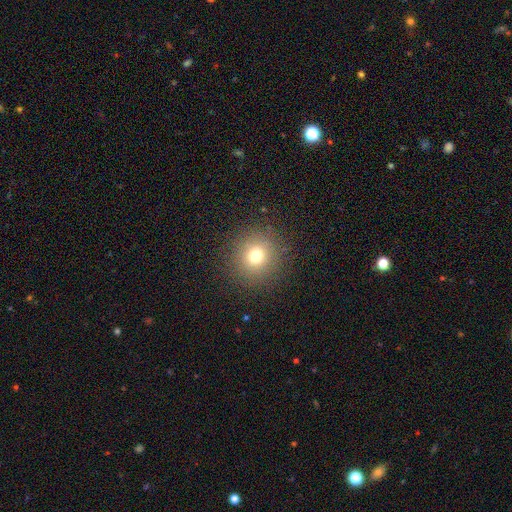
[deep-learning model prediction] smooth 74%, star or artifact 17%, featured or disk 10%. Down the decision tree: how rounded — round (94%); merging — none (89%).